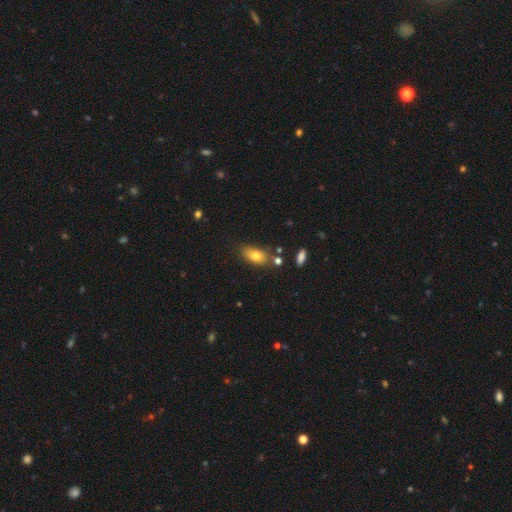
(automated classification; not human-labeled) Overall: smooth (78%). How rounded: in between (86%). Merging: none (69%).